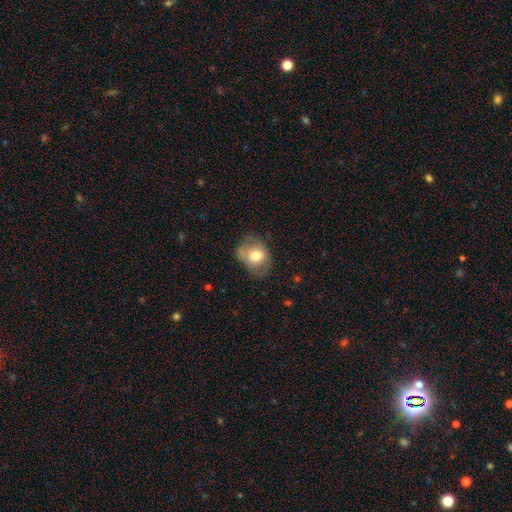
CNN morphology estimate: smooth 67%, featured or disk 25%, star or artifact 8%. Down the decision tree: how rounded — in between (53%); merging — none (56%).